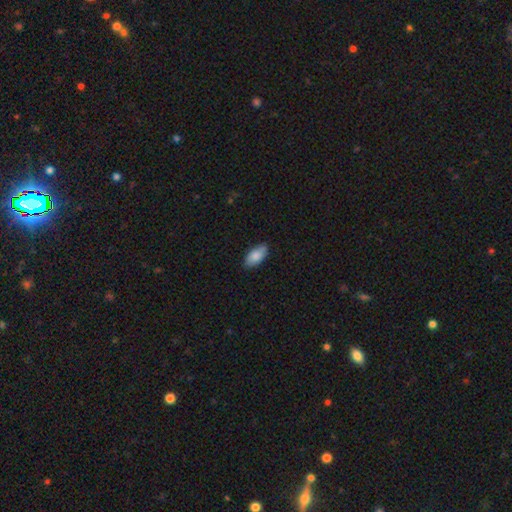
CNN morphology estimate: type=smooth (84%); roundness=in between (91%); merging=none (83%).